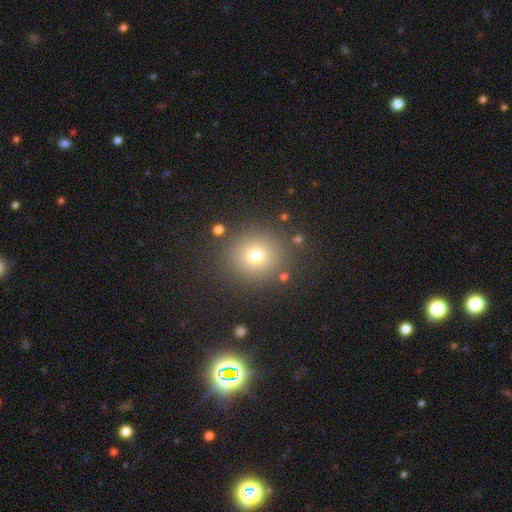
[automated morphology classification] Smooth or featured: smooth — 72% (star or artifact — 18%)
How rounded: round — 91% (in between — 8%)
Merging: none — 87% (minor disturbance — 7%)